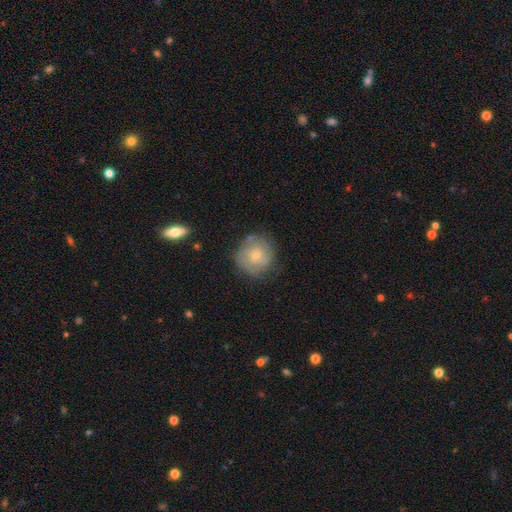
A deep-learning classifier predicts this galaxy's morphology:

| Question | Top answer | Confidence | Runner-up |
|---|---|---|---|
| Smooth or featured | smooth | 51% | featured or disk (41%) |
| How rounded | round | 91% | in between (8%) |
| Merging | none | 73% | minor disturbance (18%) |